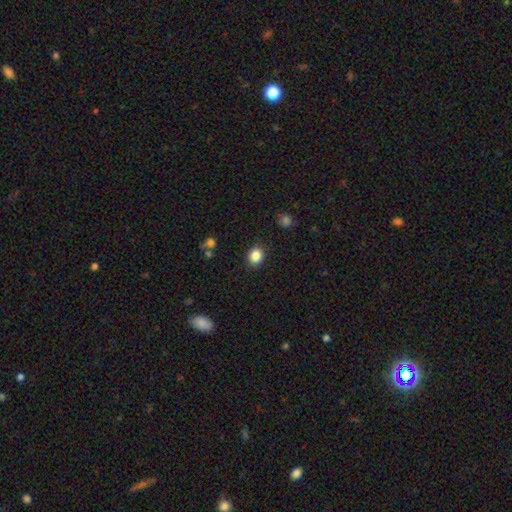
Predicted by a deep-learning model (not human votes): This appears to be a smooth galaxy with no disk features (85%) that is round (57%). Merging: none (88%).